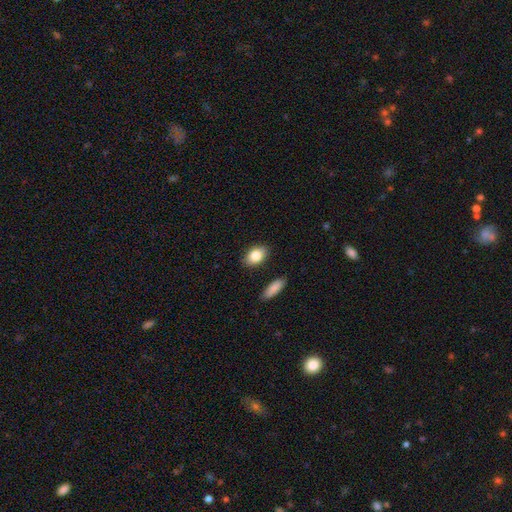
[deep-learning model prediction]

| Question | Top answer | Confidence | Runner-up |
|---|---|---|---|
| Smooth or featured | smooth | 85% | featured or disk (8%) |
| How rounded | in between | 85% | round (13%) |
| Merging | none | 85% | minor disturbance (10%) |